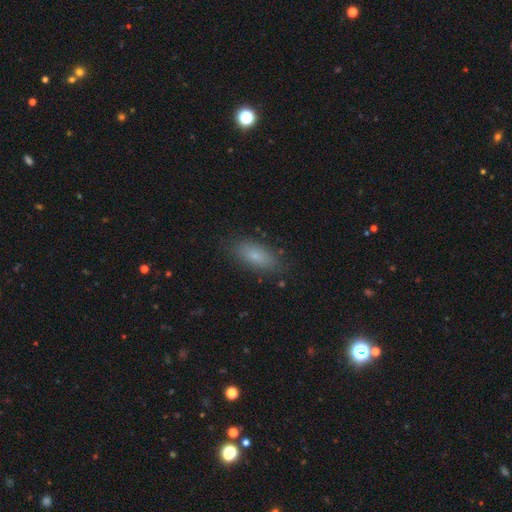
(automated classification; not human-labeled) Smooth or featured? Predicted: smooth (p=0.77). How rounded? Predicted: in between (p=0.78). Merging? Predicted: none (p=0.84).